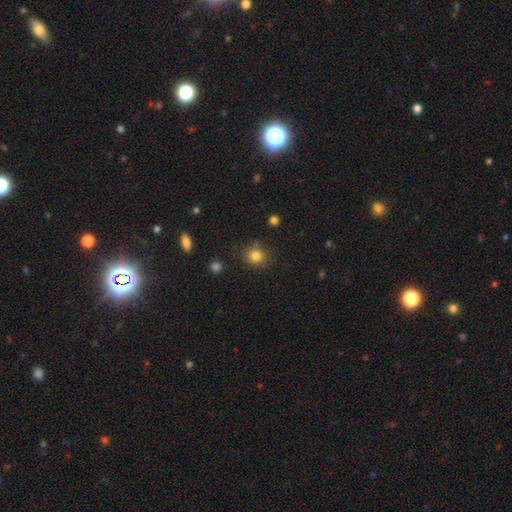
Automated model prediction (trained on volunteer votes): Smooth or featured? smooth (82%)
How rounded? round (86%)
Merging? none (81%)